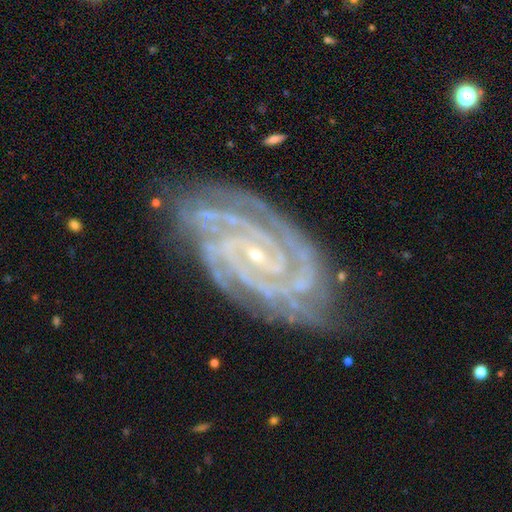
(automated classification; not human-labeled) Smooth or featured? Predicted: featured or disk (p=0.93). Edge-on disk? Predicted: no (p=0.98). Bar? Predicted: no (p=0.53). Spiral arms? Predicted: yes (p=0.99). Spiral winding? Predicted: tight (p=0.82). Spiral arm count? Predicted: 3 (p=0.29). Bulge size? Predicted: small (p=0.86). Merging? Predicted: none (p=0.78).